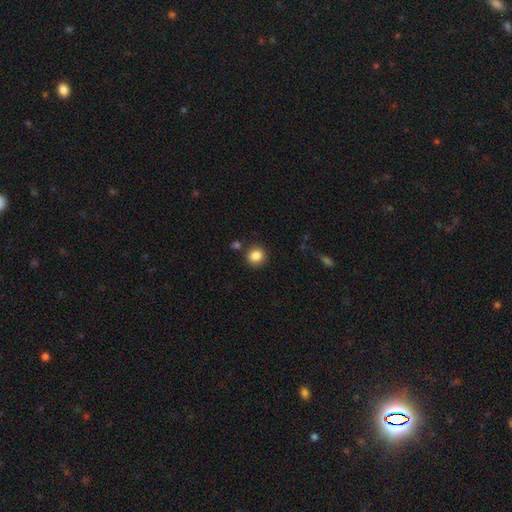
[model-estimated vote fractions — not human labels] Q: Smooth or featured?
A: smooth (86%); runner-up: star or artifact (10%)
Q: How rounded?
A: round (89%); runner-up: in between (10%)
Q: Merging?
A: none (85%); runner-up: minor disturbance (8%)